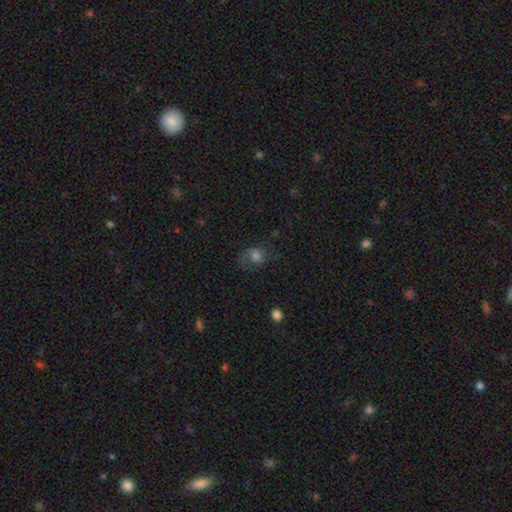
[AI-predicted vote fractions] This is possibly a smooth galaxy (59%). How rounded: possibly round (52%). Merging: marginally none (44%).